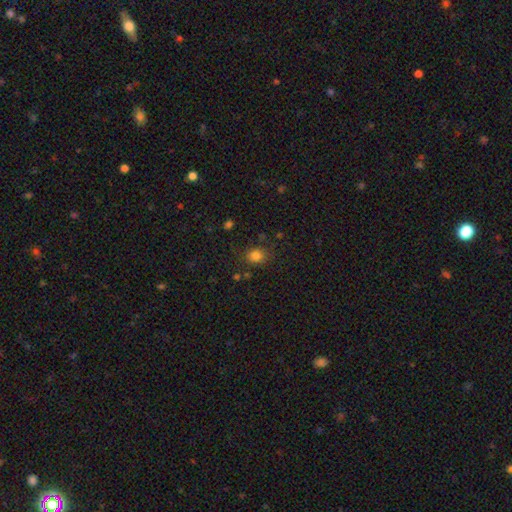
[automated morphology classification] Smooth or featured: smooth — 80% (star or artifact — 14%)
How rounded: round — 65% (in between — 34%)
Merging: none — 78% (minor disturbance — 14%)